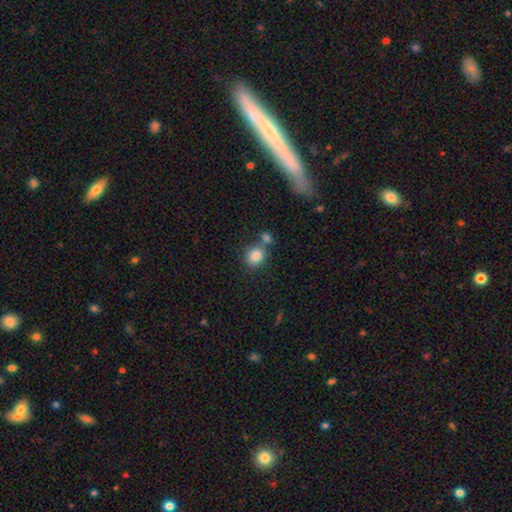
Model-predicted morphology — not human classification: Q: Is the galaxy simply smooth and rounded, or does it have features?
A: smooth — 84%.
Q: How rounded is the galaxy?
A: round — 70%.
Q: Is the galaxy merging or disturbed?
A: none — 59%.